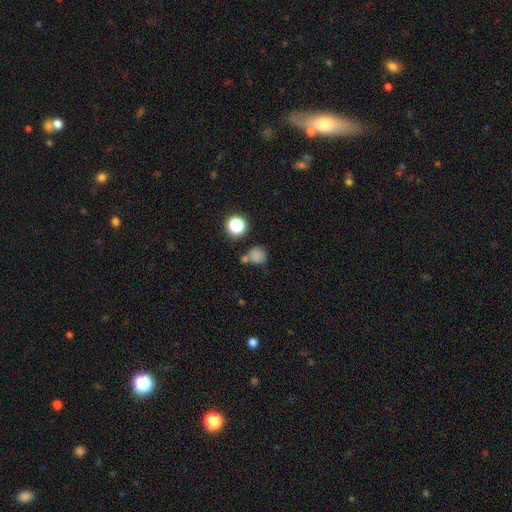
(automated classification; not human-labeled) Smooth or featured: smooth — 78% (star or artifact — 15%)
How rounded: round — 85% (in between — 14%)
Merging: none — 56% (merger — 25%)